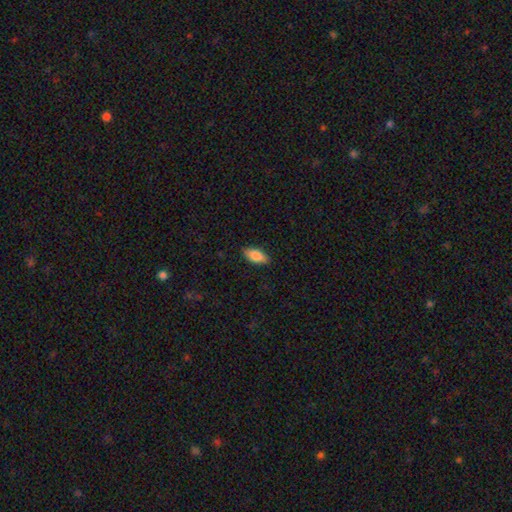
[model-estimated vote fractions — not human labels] The model was most divided on "smooth or featured": smooth: 83%, featured or disk: 11%, star or artifact: 6%. More confident: merging — none (88%); how rounded — in between (86%).